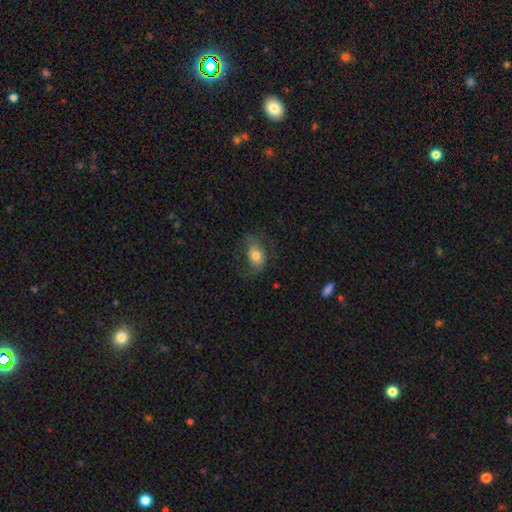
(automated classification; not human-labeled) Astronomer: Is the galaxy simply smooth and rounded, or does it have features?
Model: smooth — 60%.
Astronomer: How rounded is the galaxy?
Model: in between — 79%.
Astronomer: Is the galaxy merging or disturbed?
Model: none — 53%.